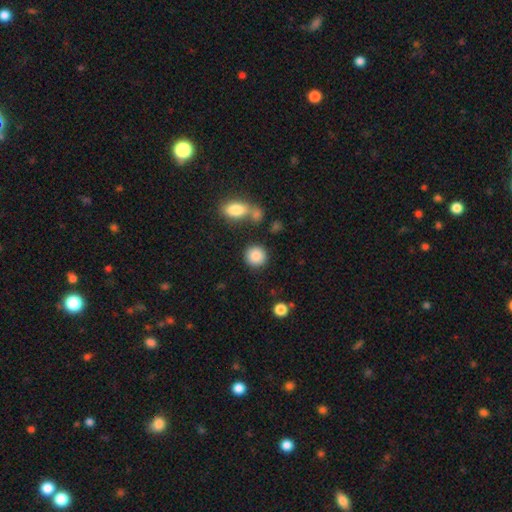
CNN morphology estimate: smooth 87%, star or artifact 8%, featured or disk 5%. Down the decision tree: how rounded — round (89%); merging — none (84%).